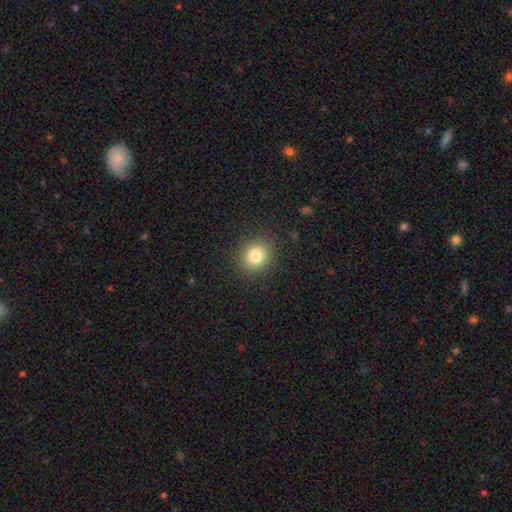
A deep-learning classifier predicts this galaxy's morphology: The model was most divided on "how rounded": round: 81%, in between: 18%, cigar-shaped: 1%. More confident: merging — none (89%); smooth or featured — smooth (81%).